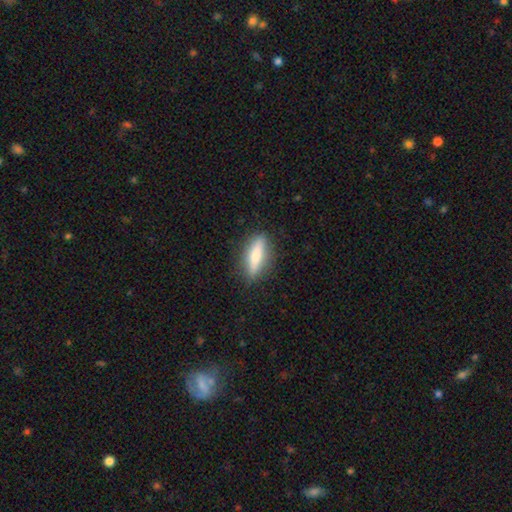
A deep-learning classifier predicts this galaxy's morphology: A smooth galaxy with no disk features (64%) that is cigar-shaped (65%). Merging: none (86%).